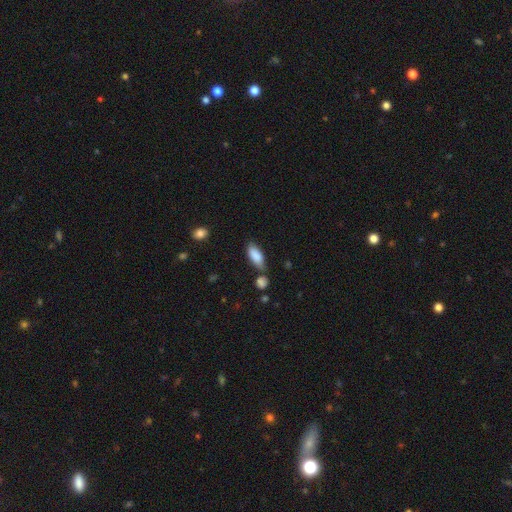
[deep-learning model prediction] Q: Smooth or featured?
A: smooth (86%); runner-up: featured or disk (7%)
Q: How rounded?
A: in between (80%); runner-up: cigar-shaped (18%)
Q: Merging?
A: none (63%); runner-up: minor disturbance (19%)